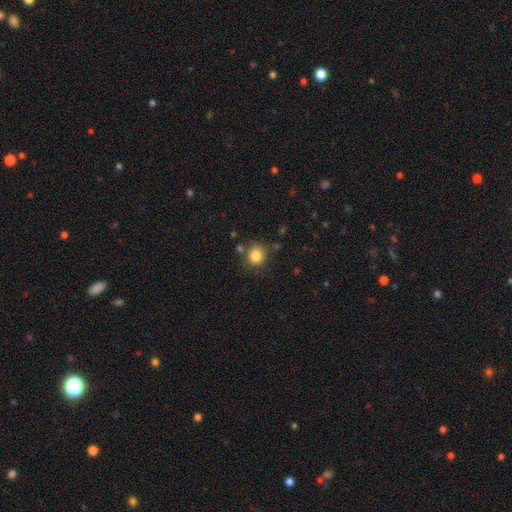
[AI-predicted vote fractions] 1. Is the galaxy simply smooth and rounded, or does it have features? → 83% smooth, 11% star or artifact, 6% featured or disk.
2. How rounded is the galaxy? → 86% round, 13% in between, 1% cigar-shaped.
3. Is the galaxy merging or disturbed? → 78% none, 12% minor disturbance, 7% merger, 4% major disturbance.